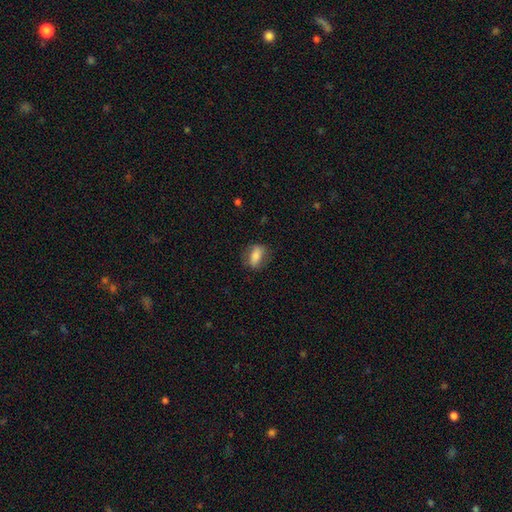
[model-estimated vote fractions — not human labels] smooth-or-featured: smooth: 74% | featured or disk: 18% | star or artifact: 8%
  how-rounded: in between: 77% | cigar-shaped: 13% | round: 10%
  merging: none: 75% | minor disturbance: 17% | major disturbance: 6% | merger: 1%